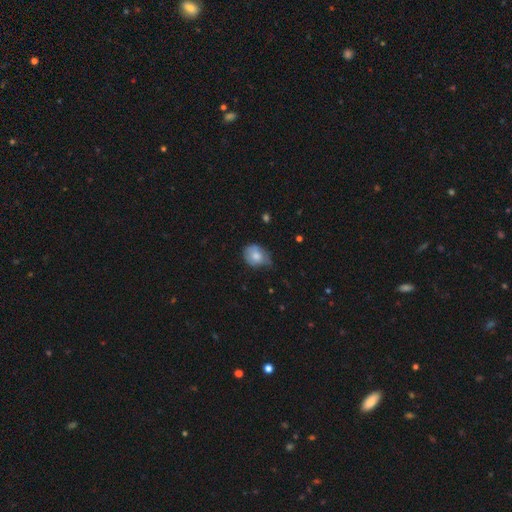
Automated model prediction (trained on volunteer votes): Smooth or featured?
  - smooth: 73% *
  - featured or disk: 19%
  - star or artifact: 8%
How rounded?
  - in between: 54% *
  - round: 45%
  - cigar-shaped: 1%
Merging?
  - minor disturbance: 46% *
  - none: 39%
  - major disturbance: 13%
  - merger: 2%